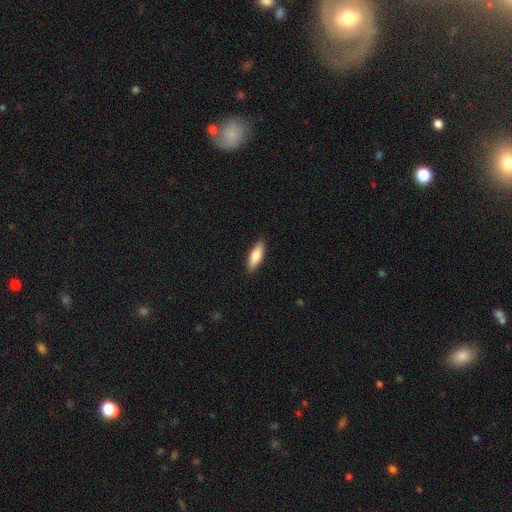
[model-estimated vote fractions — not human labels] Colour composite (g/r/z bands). It shows a smooth galaxy with no disk features (77%) that is in between round and cigar-shaped (56%). Merging: none (89%).